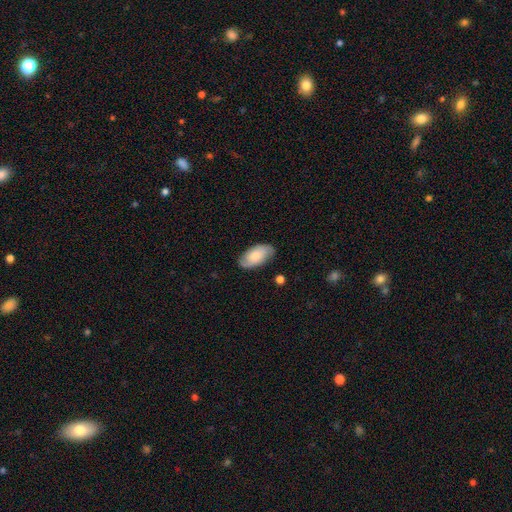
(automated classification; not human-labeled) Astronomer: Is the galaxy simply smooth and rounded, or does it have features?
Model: smooth — 61%.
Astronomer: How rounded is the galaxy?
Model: in between — 94%.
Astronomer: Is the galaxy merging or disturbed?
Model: none — 80%.